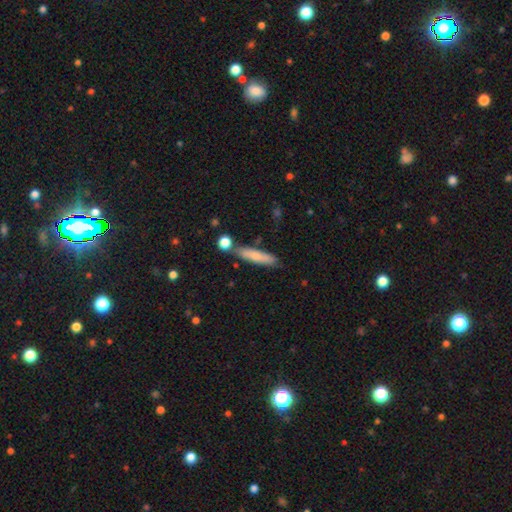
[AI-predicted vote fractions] Smooth or featured: smooth — 73% (featured or disk — 21%)
How rounded: cigar-shaped — 82% (in between — 16%)
Merging: none — 74% (minor disturbance — 14%)